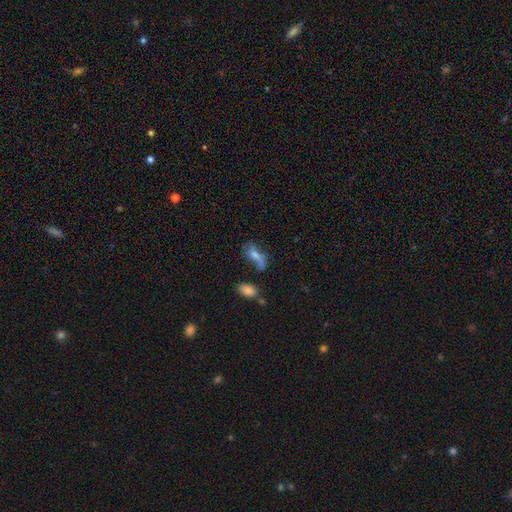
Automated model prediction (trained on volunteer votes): A smooth galaxy with no disk features (59%) that is in between round and cigar-shaped (77%). Merging: none (34%).